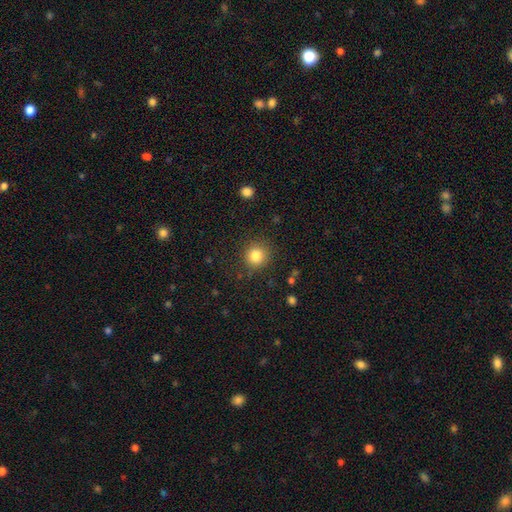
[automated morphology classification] A smooth galaxy with no disk features (83%) that is round (91%).

Vote fractions:
- Smooth or featured? smooth: 83% / star or artifact: 11% / featured or disk: 6%
- How rounded? round: 91% / in between: 8% / cigar-shaped: 1%
- Merging? none: 86% / minor disturbance: 8% / major disturbance: 4% / merger: 2%